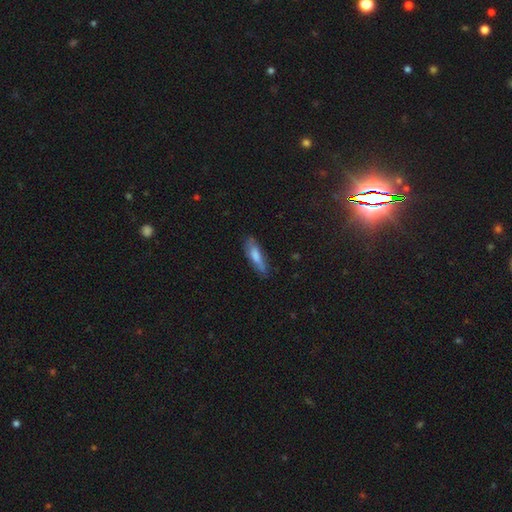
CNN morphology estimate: The model was most divided on "how rounded": cigar-shaped: 59%, in between: 39%, round: 2%. More confident: smooth or featured — smooth (72%); merging — none (67%).